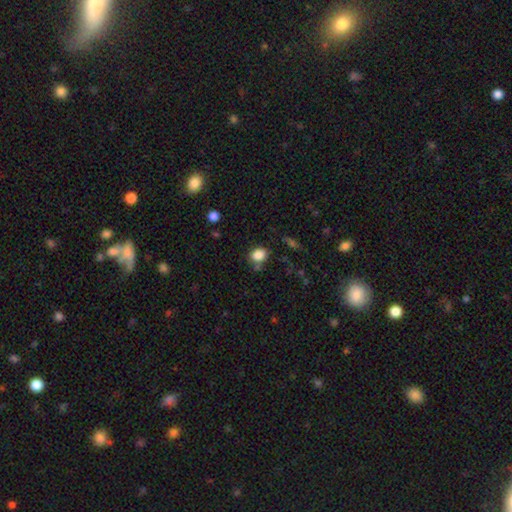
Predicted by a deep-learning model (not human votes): Q: Smooth or featured?
A: smooth (85%); runner-up: star or artifact (10%)
Q: How rounded?
A: in between (55%); runner-up: round (44%)
Q: Merging?
A: none (72%); runner-up: minor disturbance (15%)